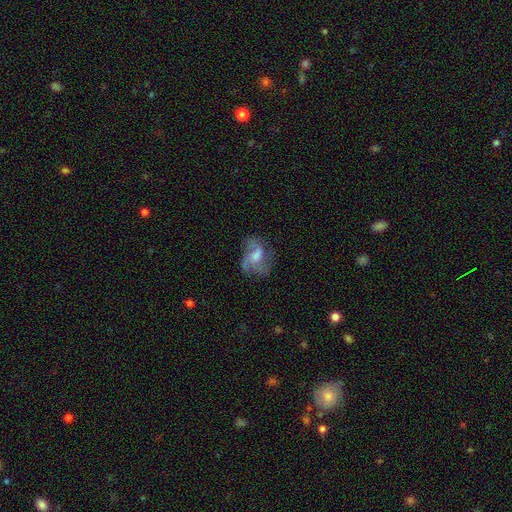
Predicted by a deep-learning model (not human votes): smooth_or_featured: featured or disk (p=0.66) [alt: smooth p=0.25]
disk_edge_on: no (p=0.97) [alt: yes p=0.03]
bar: no (p=0.56) [alt: weak p=0.37]
has_spiral_arms: yes (p=0.82) [alt: no p=0.18]
spiral_winding: medium (p=0.44) [alt: loose p=0.41]
spiral_arm_count: 3 (p=0.43) [alt: 2 p=0.20]
bulge_size: moderate (p=0.51) [alt: small p=0.23]
merging: none (p=0.52) [alt: major disturbance p=0.25]